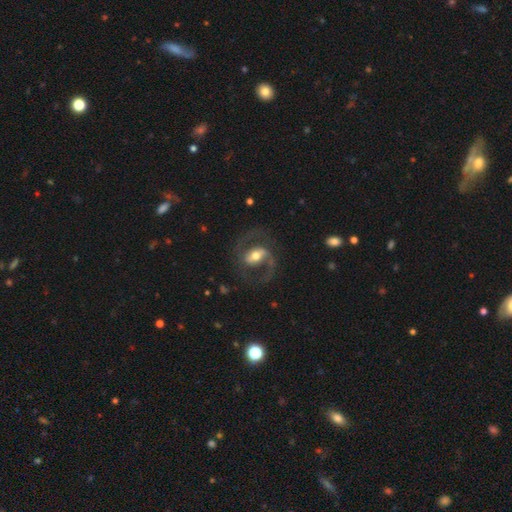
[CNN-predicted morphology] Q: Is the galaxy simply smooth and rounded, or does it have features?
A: featured or disk — 84%.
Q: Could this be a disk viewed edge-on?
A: no — 97%.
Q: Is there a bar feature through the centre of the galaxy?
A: weak — 40%.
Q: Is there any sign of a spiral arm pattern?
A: yes — 93%.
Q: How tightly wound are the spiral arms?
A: medium — 61%.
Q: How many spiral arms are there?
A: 2 — 90%.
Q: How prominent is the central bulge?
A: moderate — 66%.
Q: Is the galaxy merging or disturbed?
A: none — 74%.